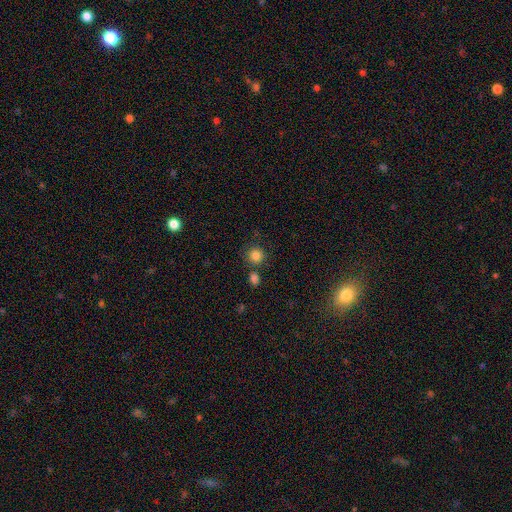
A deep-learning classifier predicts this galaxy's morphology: Smooth or featured? smooth (83%)
How rounded? round (92%)
Merging? none (75%)